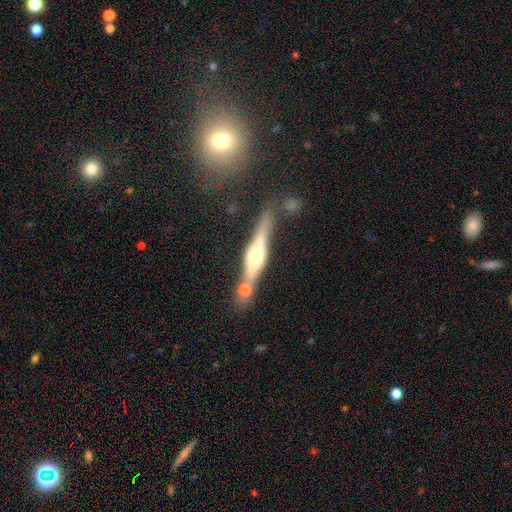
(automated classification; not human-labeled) This appears to be a featured or disk galaxy (72%) viewed edge-on (95%) with a rounded central bulge (74%). Merging: none (68%).